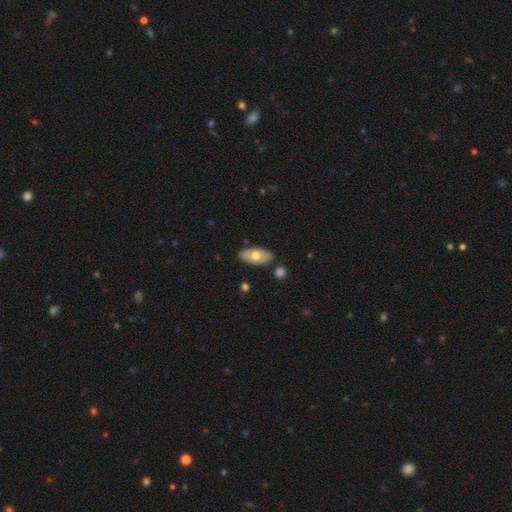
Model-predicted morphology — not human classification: This appears to be a smooth galaxy with no disk features (60%) that is in between round and cigar-shaped (90%). Merging: none (82%).